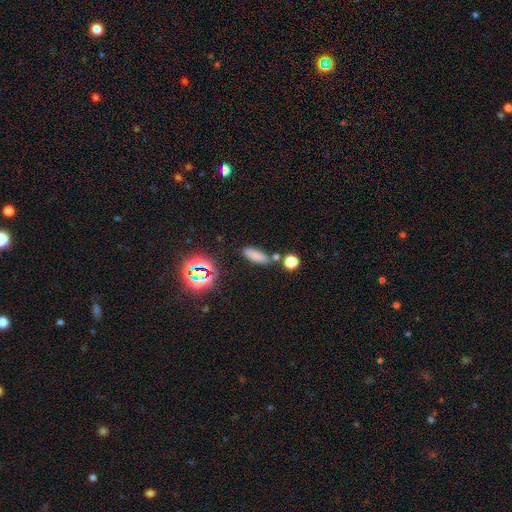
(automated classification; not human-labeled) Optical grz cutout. It shows a smooth galaxy with no disk features (76%) that is in between round and cigar-shaped (58%). Merging: none (74%).